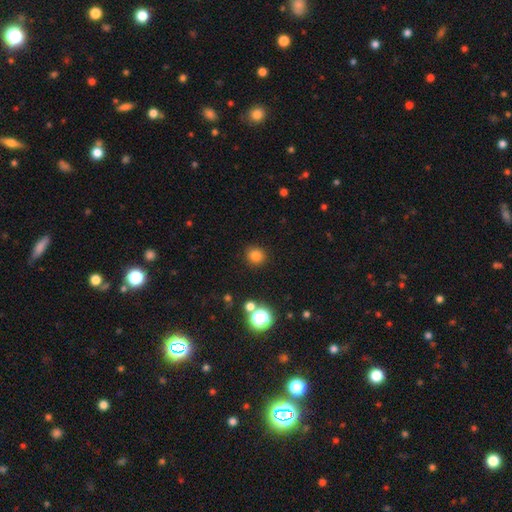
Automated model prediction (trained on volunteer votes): Smooth or featured: smooth — 80% (star or artifact — 15%)
How rounded: round — 87% (in between — 12%)
Merging: none — 89% (minor disturbance — 6%)